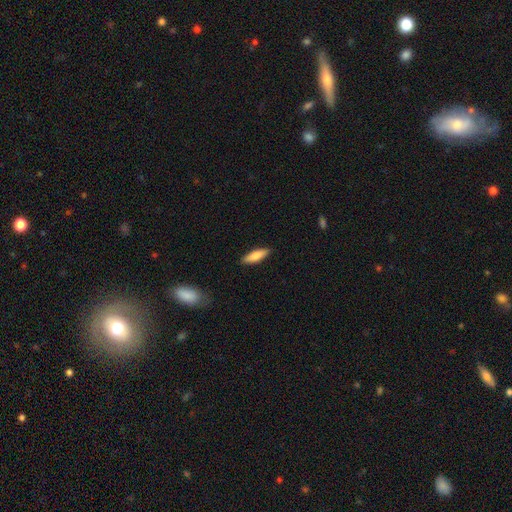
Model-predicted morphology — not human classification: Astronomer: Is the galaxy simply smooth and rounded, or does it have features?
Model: smooth — 78%.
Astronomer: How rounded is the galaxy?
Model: cigar-shaped — 52% (runner-up: in between, 46%).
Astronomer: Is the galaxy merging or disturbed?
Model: none — 89%.